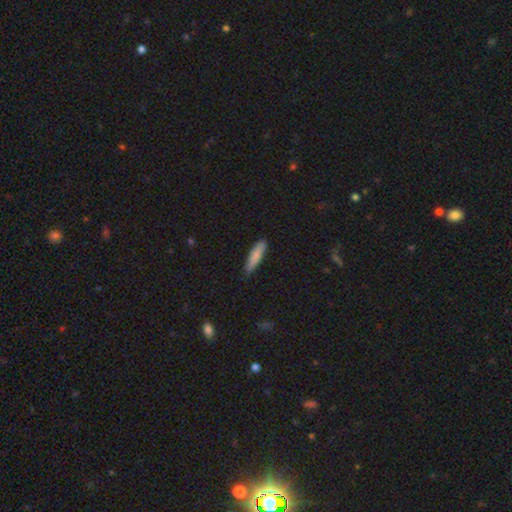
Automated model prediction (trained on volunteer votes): smooth 81%, featured or disk 13%, star or artifact 6%. Down the decision tree: how rounded — cigar-shaped (78%); merging — none (78%).